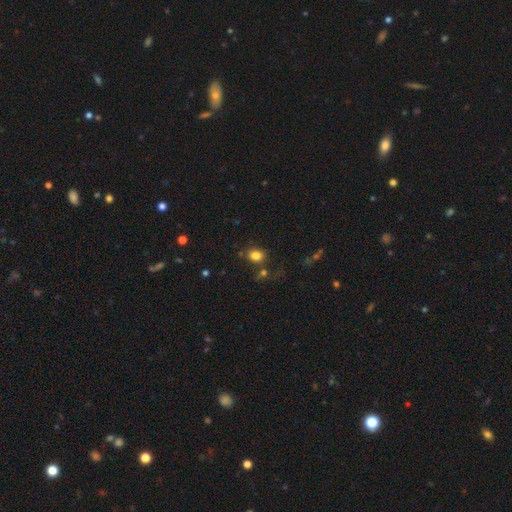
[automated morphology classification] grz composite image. It shows a smooth galaxy with no disk features (81%) that is in between round and cigar-shaped (50%). Merging: none (72%).